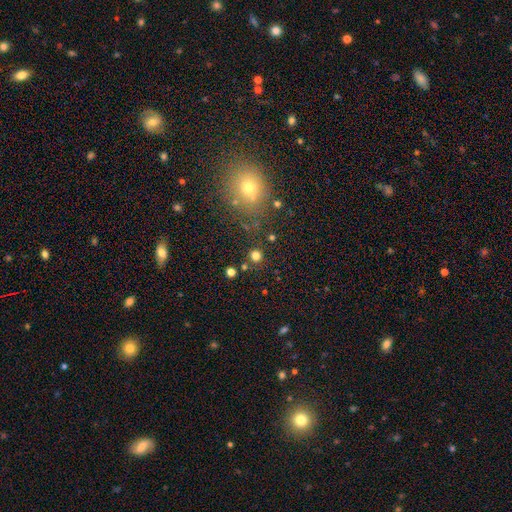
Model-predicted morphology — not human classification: Q: Smooth or featured?
A: smooth (76%); runner-up: star or artifact (18%)
Q: How rounded?
A: round (92%); runner-up: in between (7%)
Q: Merging?
A: none (84%); runner-up: minor disturbance (7%)